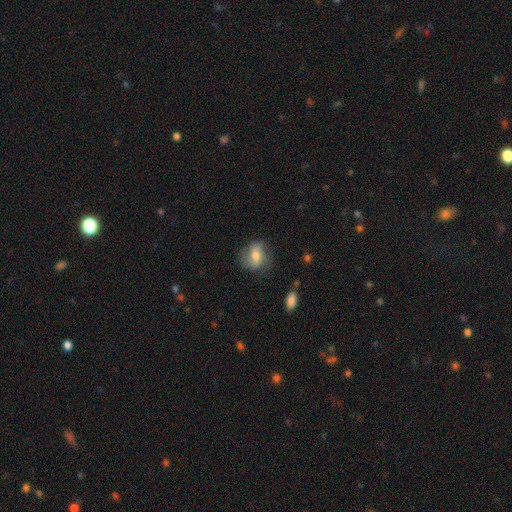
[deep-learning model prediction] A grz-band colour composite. It shows a smooth galaxy with no disk features (61%) that is in between round and cigar-shaped (51%). Merging: none (66%).